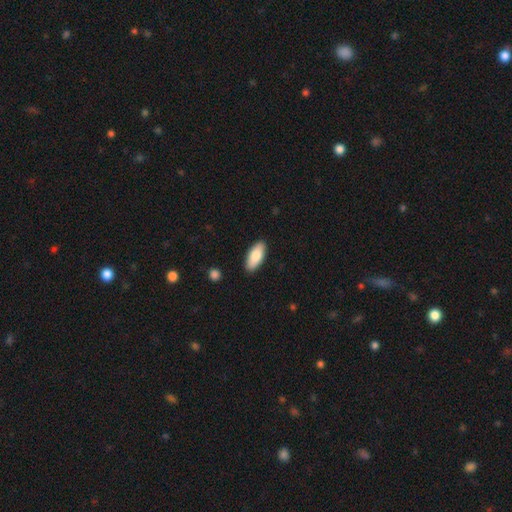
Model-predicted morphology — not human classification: This is clearly a smooth galaxy (81%). How rounded: clearly in between (84%). Merging: clearly none (89%).